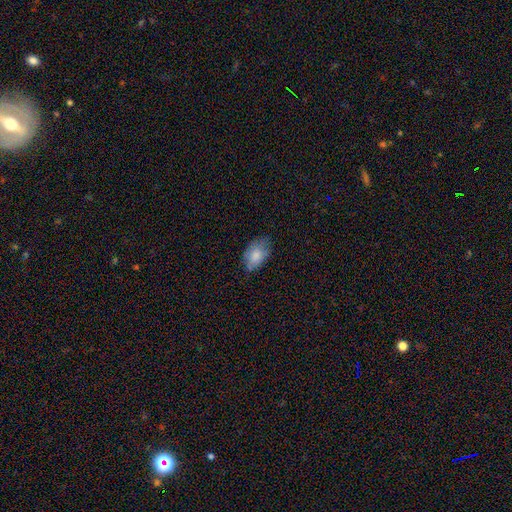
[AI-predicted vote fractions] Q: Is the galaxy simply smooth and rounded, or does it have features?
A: smooth — 82%.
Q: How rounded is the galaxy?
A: in between — 90%.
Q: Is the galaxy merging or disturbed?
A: none — 62%.